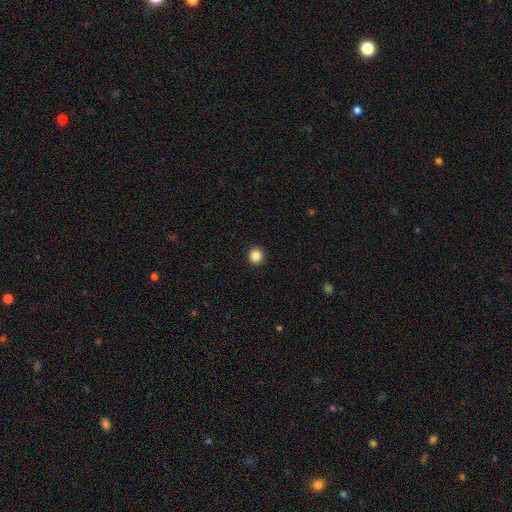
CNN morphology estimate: A smooth galaxy with no disk features (87%) that is round (94%). Merging: none (93%).